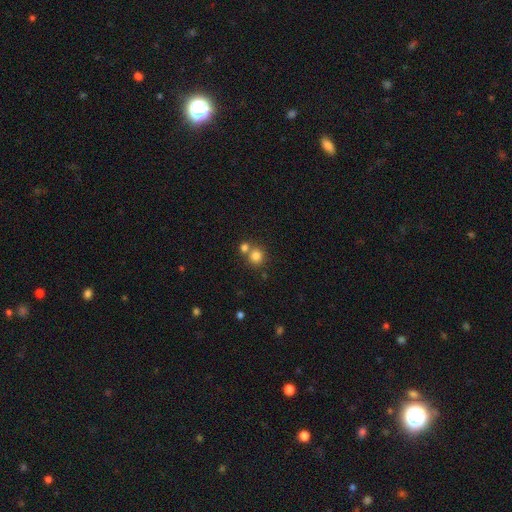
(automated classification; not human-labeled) Overall: smooth (80%). How rounded: round (88%). Merging: none (57%; merger 34%).